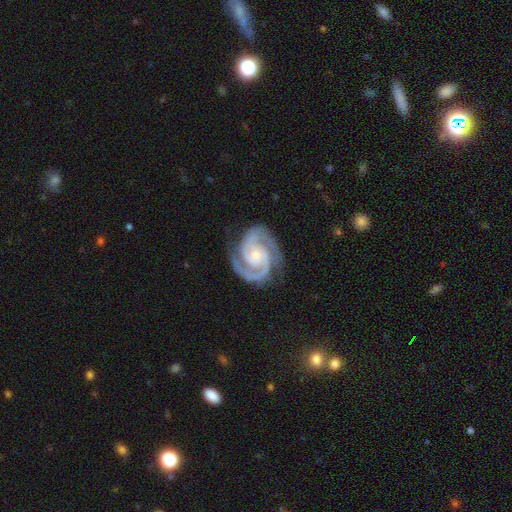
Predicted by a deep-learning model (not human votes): Morphology: type=featured or disk (94%); edge-on=no (98%); bar=no (65%); spiral arms=yes (99%); winding=tight (58%); arm count=2 (86%); bulge=small (68%); merging=none (82%).